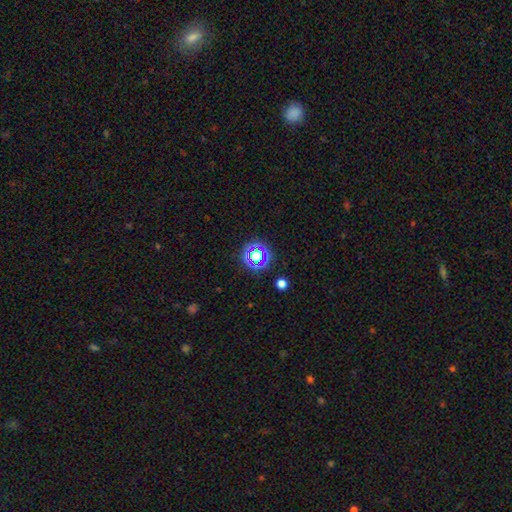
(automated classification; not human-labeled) Overall: star or artifact (59%; smooth 29%).